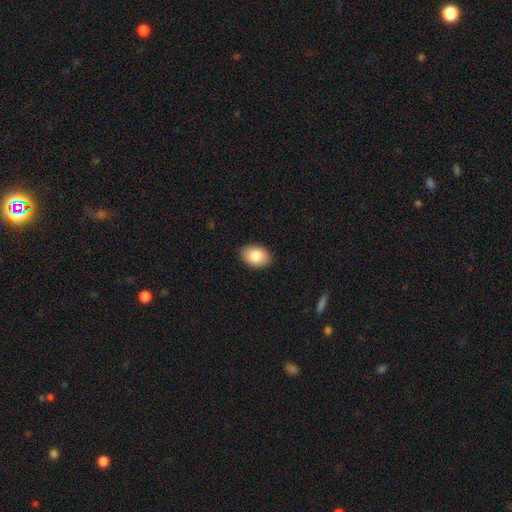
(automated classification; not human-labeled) smooth 85%, featured or disk 8%, star or artifact 7%. Down the decision tree: how rounded — in between (82%); merging — none (89%).